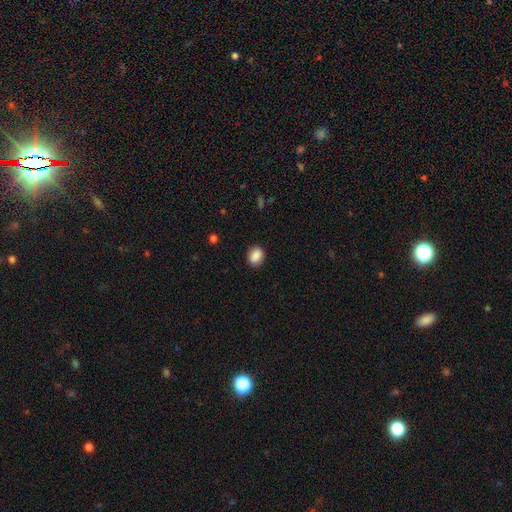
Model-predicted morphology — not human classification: A smooth galaxy with no disk features (88%) that is in between round and cigar-shaped (62%).

Vote fractions:
- Smooth or featured? smooth: 88% / star or artifact: 8% / featured or disk: 4%
- How rounded? in between: 62% / round: 36% / cigar-shaped: 1%
- Merging? none: 87% / minor disturbance: 10% / major disturbance: 2% / merger: 1%